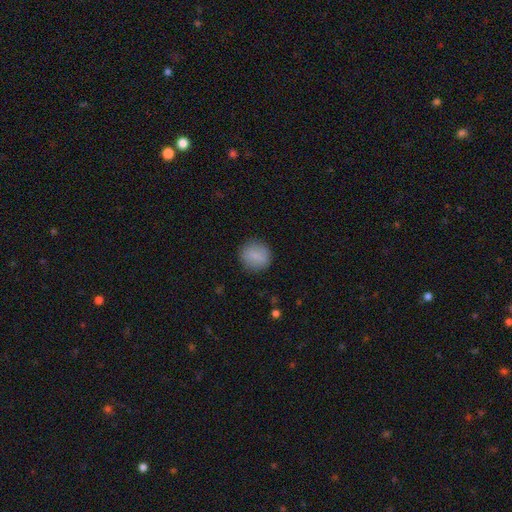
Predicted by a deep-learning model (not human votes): Smooth or featured? smooth (83%)
How rounded? round (85%)
Merging? none (86%)